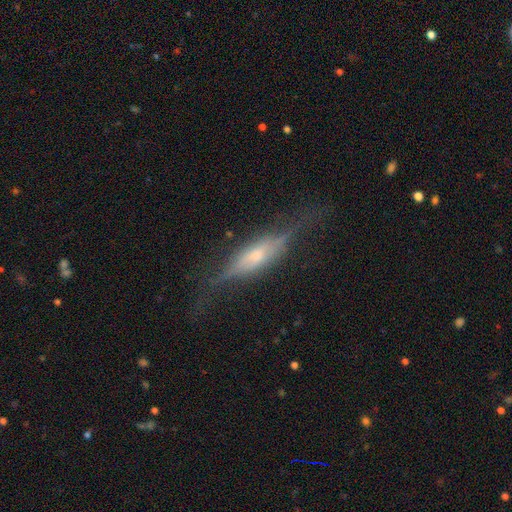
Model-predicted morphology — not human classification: type=featured or disk (67%); edge-on=yes (88%); edge-on bulge=rounded (66%); merging=none (63%).